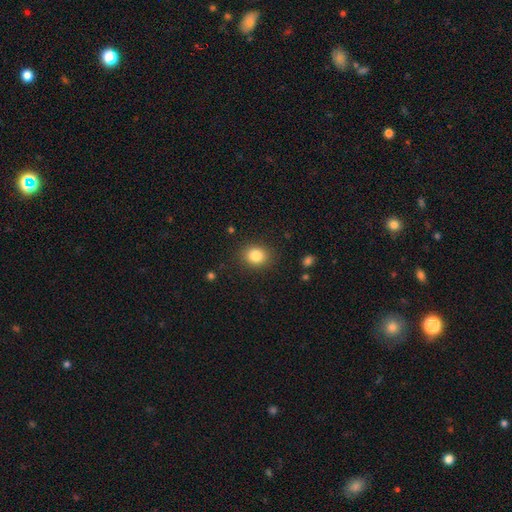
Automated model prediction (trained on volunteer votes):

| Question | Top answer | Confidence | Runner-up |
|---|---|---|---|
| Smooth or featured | smooth | 84% | star or artifact (10%) |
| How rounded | round | 66% | in between (33%) |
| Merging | none | 87% | minor disturbance (9%) |